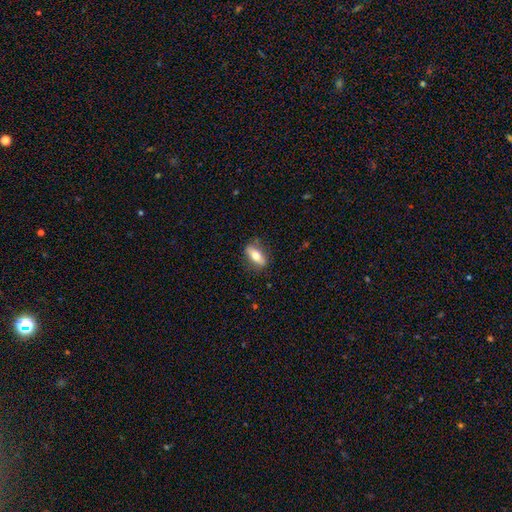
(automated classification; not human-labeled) Overall: smooth (66%; featured or disk 28%). How rounded: in between (70%). Merging: none (81%).